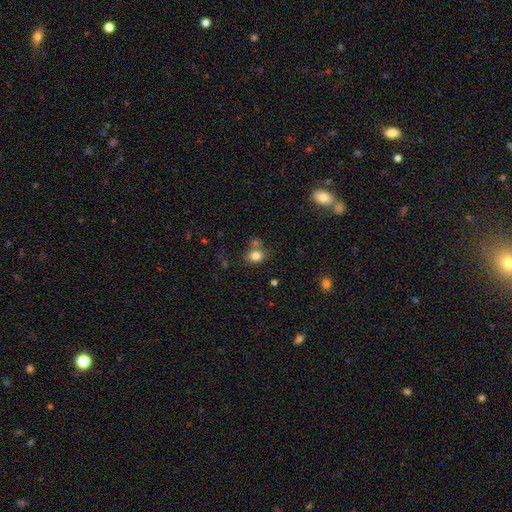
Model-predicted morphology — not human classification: Overall: smooth (80%). How rounded: in between (53%; round 46%). Merging: none (58%; merger 22%).